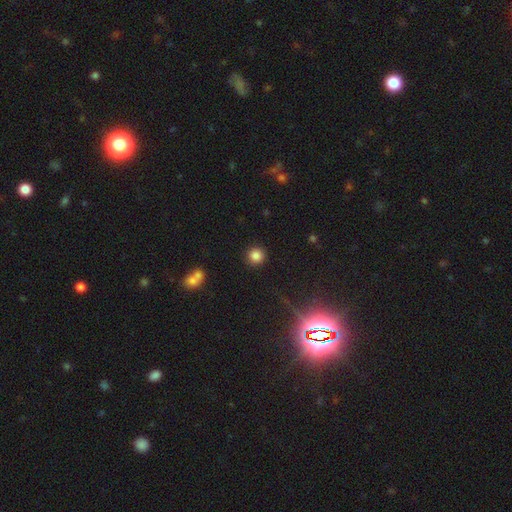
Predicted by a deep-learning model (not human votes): smooth_or_featured: smooth (p=0.83) [alt: star or artifact p=0.12]
how_rounded: round (p=0.93) [alt: in between p=0.06]
merging: none (p=0.90) [alt: minor disturbance p=0.06]